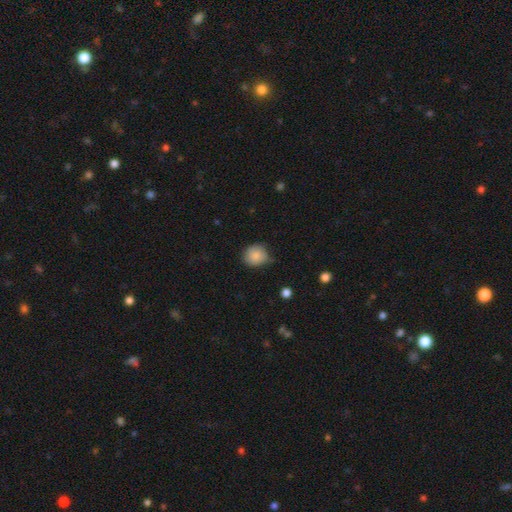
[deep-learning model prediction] Overall: smooth (85%). How rounded: round (81%). Merging: none (58%; minor disturbance 34%).